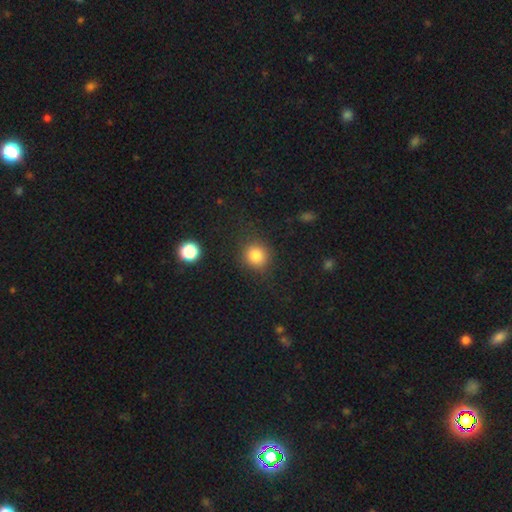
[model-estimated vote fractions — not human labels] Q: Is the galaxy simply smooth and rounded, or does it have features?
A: smooth — 82%.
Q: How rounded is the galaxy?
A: round — 86%.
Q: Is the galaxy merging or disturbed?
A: none — 84%.